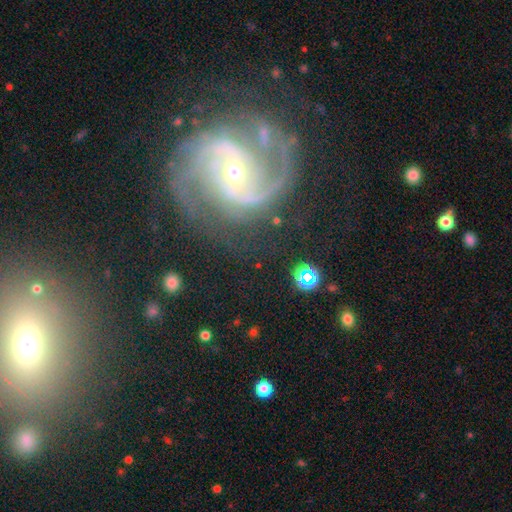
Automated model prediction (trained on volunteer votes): featured or disk 88%, star or artifact 8%, smooth 5%. Down the decision tree: edge-on disk — no (98%); bar — no (39%); spiral arms — yes (98%); spiral arm count — 2 (74%); spiral winding — medium (53%); bulge size — small (65%); merging — none (73%).